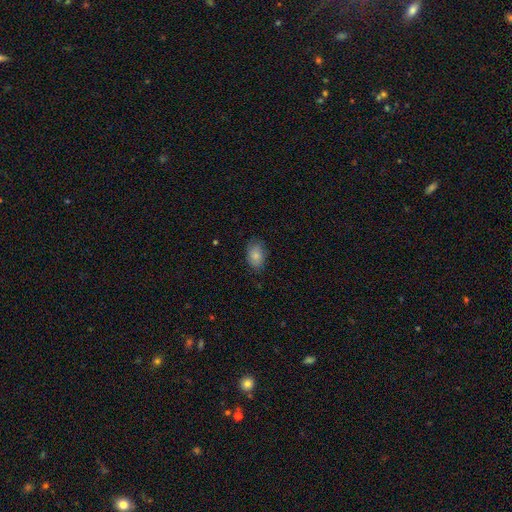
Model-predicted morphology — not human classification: smooth 82%, featured or disk 10%, star or artifact 8%. Down the decision tree: how rounded — in between (85%); merging — none (77%).